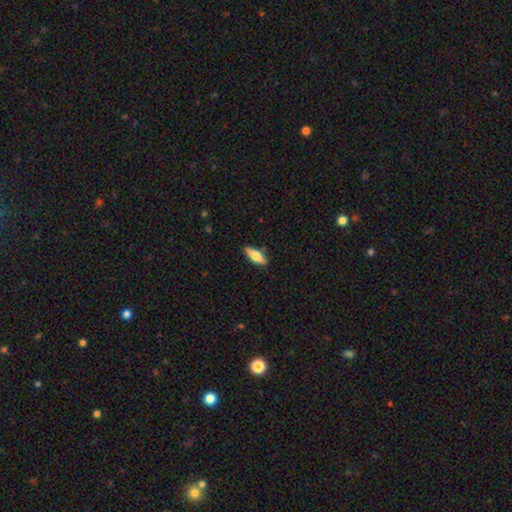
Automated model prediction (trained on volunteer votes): The model was most divided on "how rounded": in between: 59%, cigar-shaped: 38%, round: 3%. More confident: merging — none (86%); smooth or featured — smooth (61%).